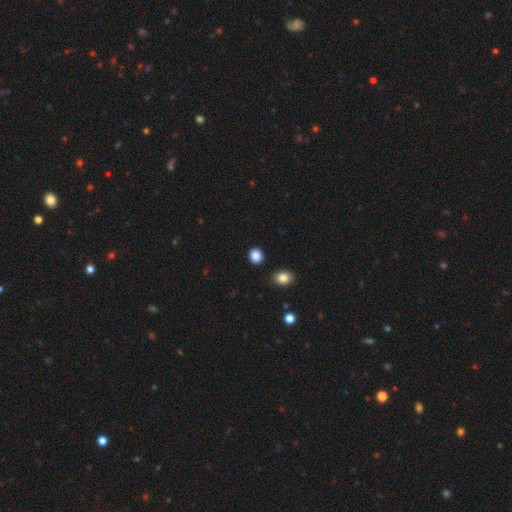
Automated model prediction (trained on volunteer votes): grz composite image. It shows a smooth galaxy with no disk features (87%) that is round (72%). Merging: none (88%).